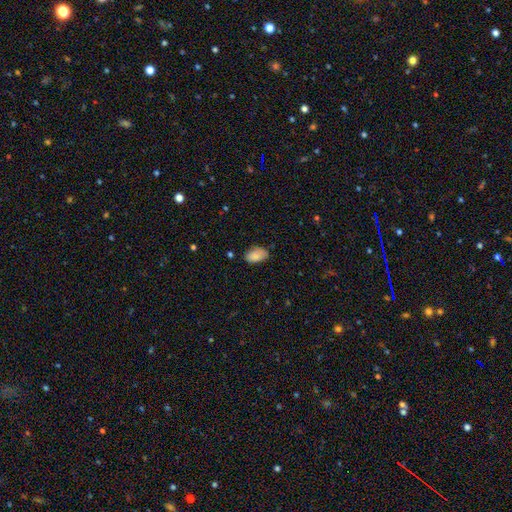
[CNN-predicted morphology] This appears to be a smooth galaxy with no disk features (86%) that is in between round and cigar-shaped (93%). Merging: none (74%).